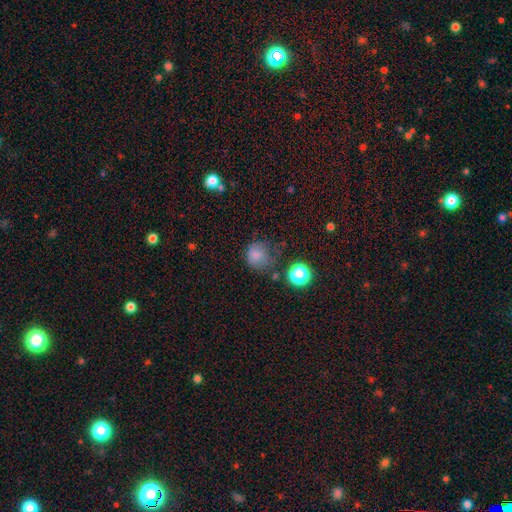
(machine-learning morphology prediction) smooth_or_featured: smooth (p=0.74) [alt: star or artifact p=0.18]
how_rounded: round (p=0.79) [alt: in between p=0.20]
merging: none (p=0.55) [alt: minor disturbance p=0.27]